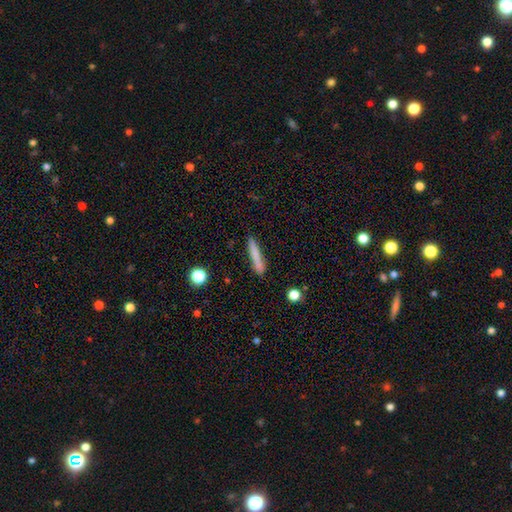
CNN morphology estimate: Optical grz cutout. It shows a smooth galaxy with no disk features (76%) that is cigar-shaped (93%). Merging: none (83%).